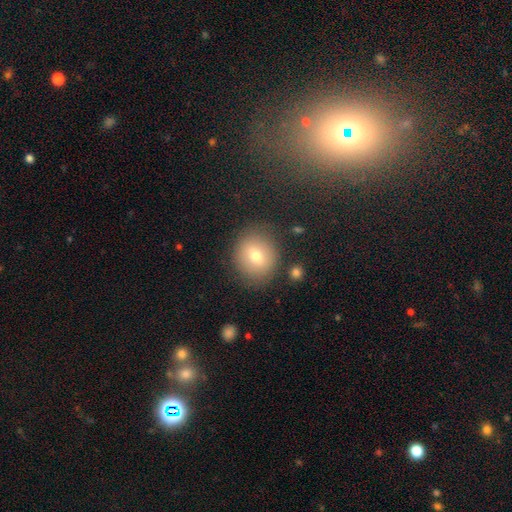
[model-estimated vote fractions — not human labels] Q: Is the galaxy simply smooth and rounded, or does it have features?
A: smooth — 71%.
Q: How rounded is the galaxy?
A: round — 77%.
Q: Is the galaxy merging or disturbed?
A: none — 81%.